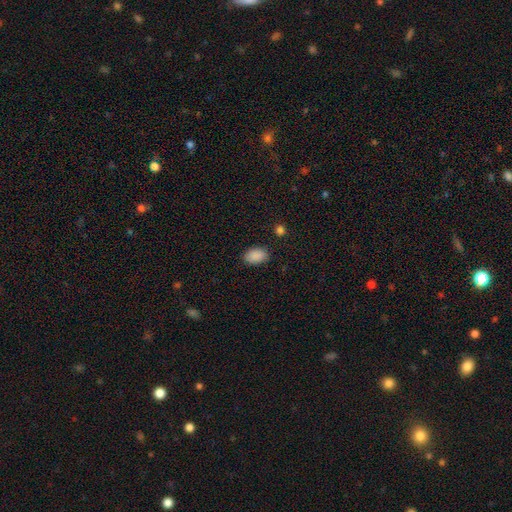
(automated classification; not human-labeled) Morphology: type=smooth (89%); roundness=in between (85%); merging=none (84%).